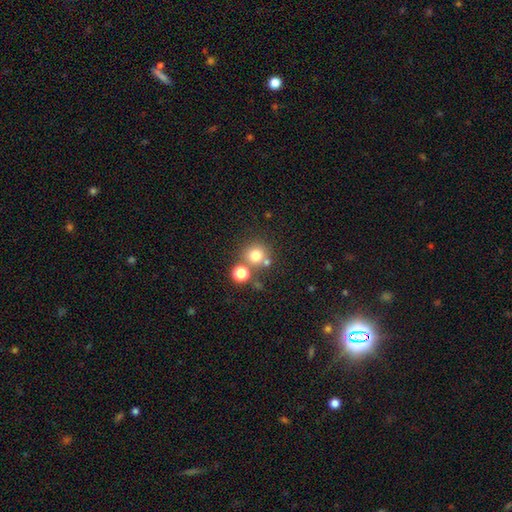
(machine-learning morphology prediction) This is likely a smooth galaxy (74%). How rounded: clearly round (92%). Merging: likely none (67%).